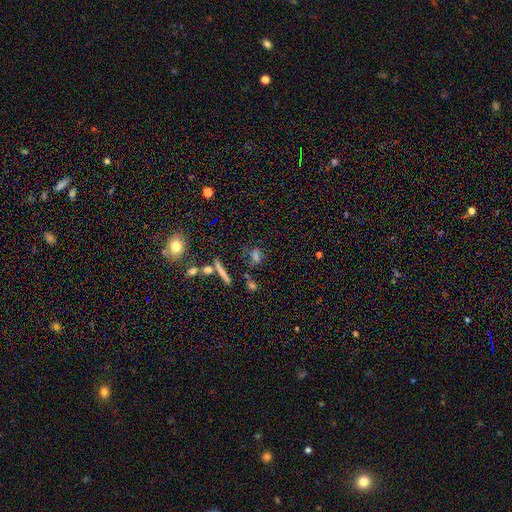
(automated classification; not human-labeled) The model was most divided on "smooth or featured": smooth: 57%, star or artifact: 24%, featured or disk: 19%. More confident: how rounded — in between (59%); merging — none (57%).